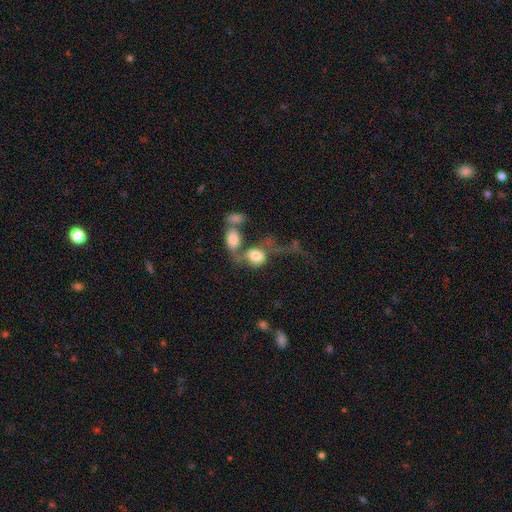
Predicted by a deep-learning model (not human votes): A smooth galaxy with no disk features (68%) that is in between round and cigar-shaped (65%). Merging: merger (49%).